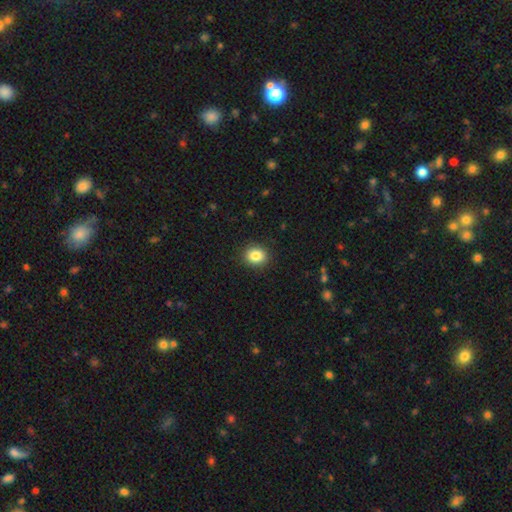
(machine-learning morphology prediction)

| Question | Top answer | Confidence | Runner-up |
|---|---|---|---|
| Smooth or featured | smooth | 85% | star or artifact (10%) |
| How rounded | round | 65% | in between (34%) |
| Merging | none | 90% | minor disturbance (7%) |